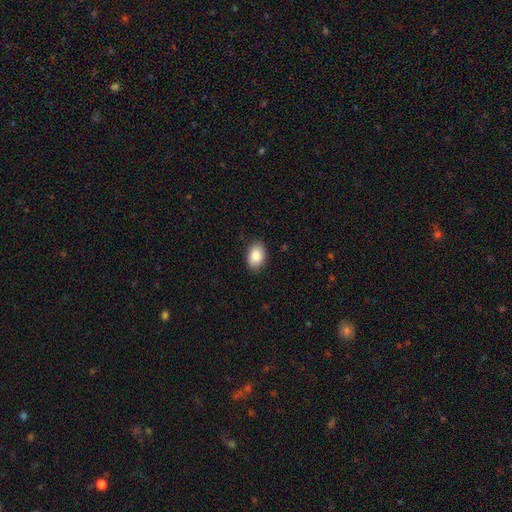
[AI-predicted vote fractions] smooth 86%, star or artifact 7%, featured or disk 7%. Down the decision tree: how rounded — in between (85%); merging — none (87%).